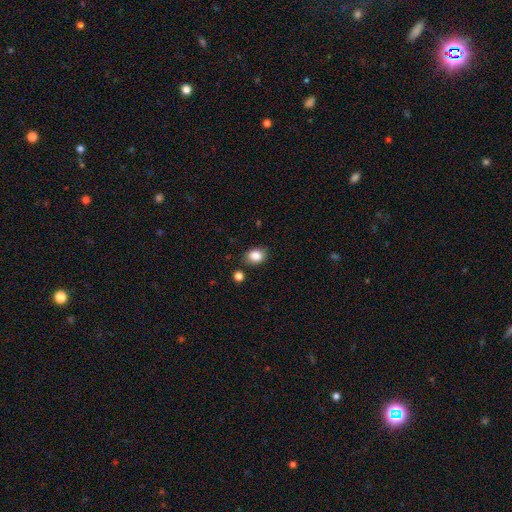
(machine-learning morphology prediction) A smooth galaxy with no disk features (85%) that is in between round and cigar-shaped (56%). Merging: none (83%).